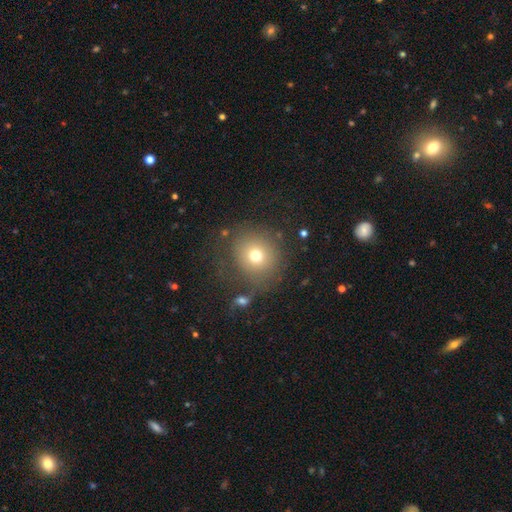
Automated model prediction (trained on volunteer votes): Overall: smooth (71%). How rounded: round (87%). Merging: none (71%).